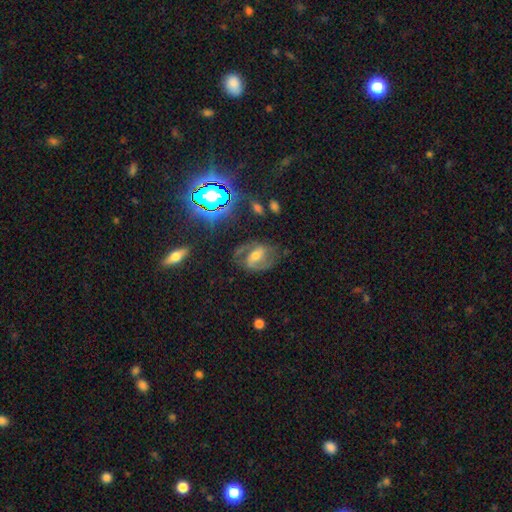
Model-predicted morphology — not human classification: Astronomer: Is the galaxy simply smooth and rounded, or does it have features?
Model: featured or disk — 72%.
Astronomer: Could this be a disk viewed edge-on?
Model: no — 96%.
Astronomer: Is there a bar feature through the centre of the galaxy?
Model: weak — 44% (runner-up: strong, 31%).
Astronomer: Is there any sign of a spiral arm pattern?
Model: yes — 92%.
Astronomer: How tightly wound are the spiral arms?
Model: medium — 54%.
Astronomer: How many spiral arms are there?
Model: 2 — 84%.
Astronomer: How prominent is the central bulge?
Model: moderate — 57%.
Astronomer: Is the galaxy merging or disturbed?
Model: none — 66%.